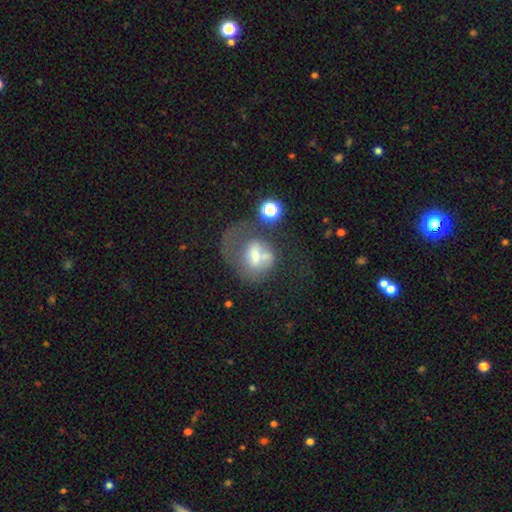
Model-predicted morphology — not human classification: Q: Smooth or featured?
A: smooth (46%); runner-up: featured or disk (43%)
Q: Merging?
A: major disturbance (45%); runner-up: merger (23%)